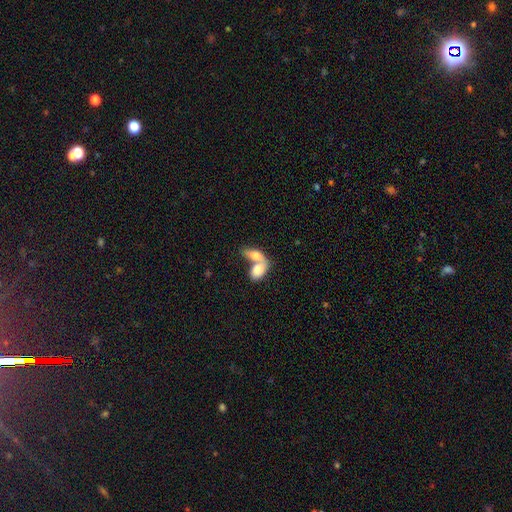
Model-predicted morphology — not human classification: Overall: smooth (75%). How rounded: in between (88%). Merging: merger (76%).